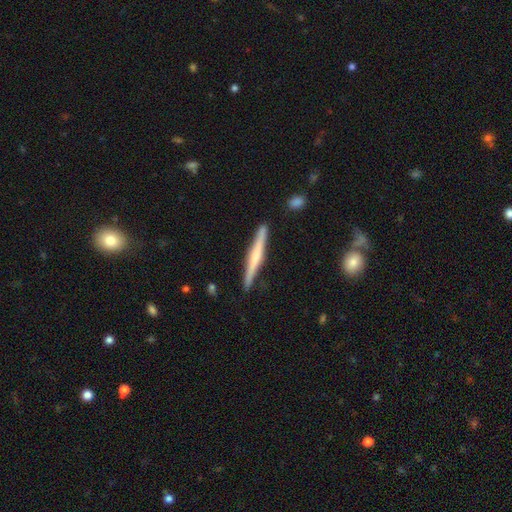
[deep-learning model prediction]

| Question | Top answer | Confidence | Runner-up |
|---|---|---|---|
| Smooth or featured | featured or disk | 59% | smooth (35%) |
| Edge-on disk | yes | 97% | no (3%) |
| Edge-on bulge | rounded | 56% | none (32%) |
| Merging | none | 89% | minor disturbance (8%) |